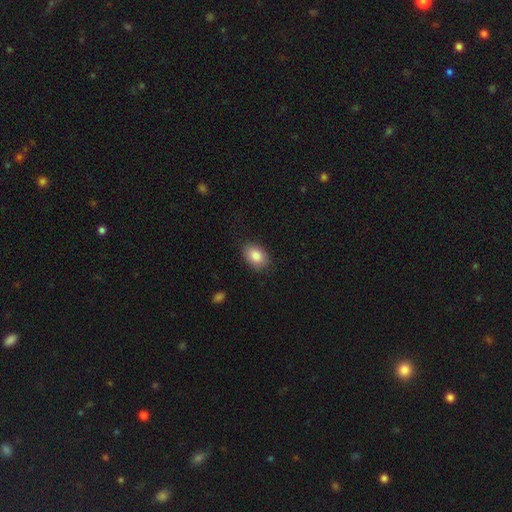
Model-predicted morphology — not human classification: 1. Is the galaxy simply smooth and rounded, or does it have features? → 86% smooth, 7% star or artifact, 7% featured or disk.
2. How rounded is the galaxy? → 82% in between, 17% round, 1% cigar-shaped.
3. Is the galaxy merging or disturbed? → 85% none, 11% minor disturbance, 3% major disturbance, 1% merger.